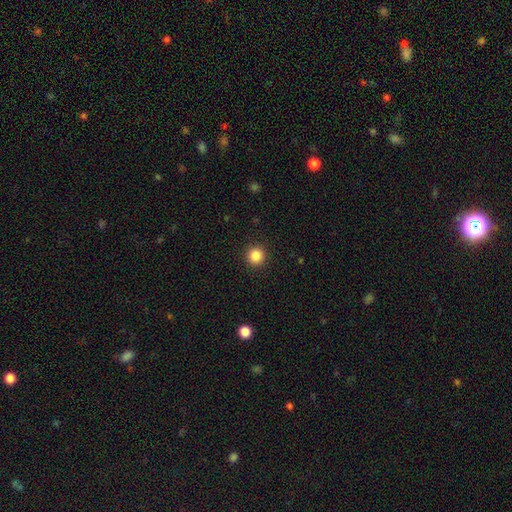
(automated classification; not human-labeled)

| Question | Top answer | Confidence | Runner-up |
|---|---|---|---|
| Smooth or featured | smooth | 86% | star or artifact (11%) |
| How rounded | round | 95% | in between (4%) |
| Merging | none | 92% | minor disturbance (5%) |